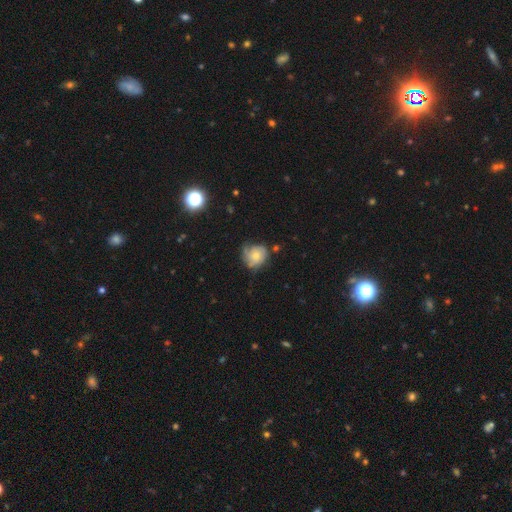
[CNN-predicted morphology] This is possibly a smooth galaxy (53%). How rounded: likely round (76%). Merging: possibly none (51%).